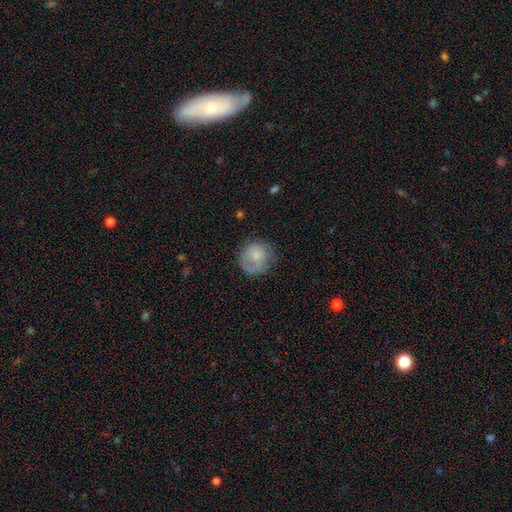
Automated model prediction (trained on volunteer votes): Smooth or featured?
  - smooth: 65% *
  - featured or disk: 27%
  - star or artifact: 8%
How rounded?
  - round: 88% *
  - in between: 11%
  - cigar-shaped: 1%
Merging?
  - none: 67% *
  - minor disturbance: 21%
  - major disturbance: 11%
  - merger: 2%